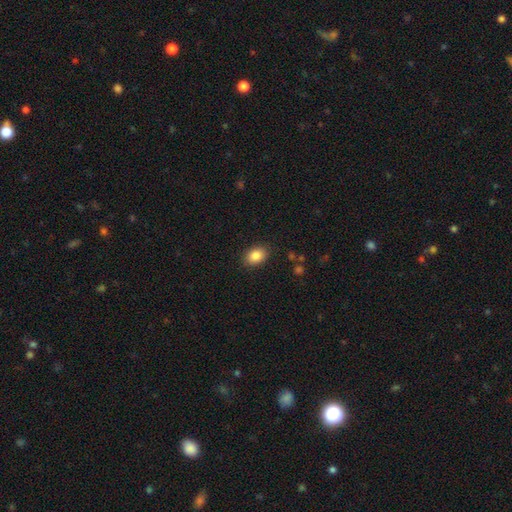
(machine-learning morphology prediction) Smooth or featured? smooth (86%)
How rounded? in between (76%)
Merging? none (88%)